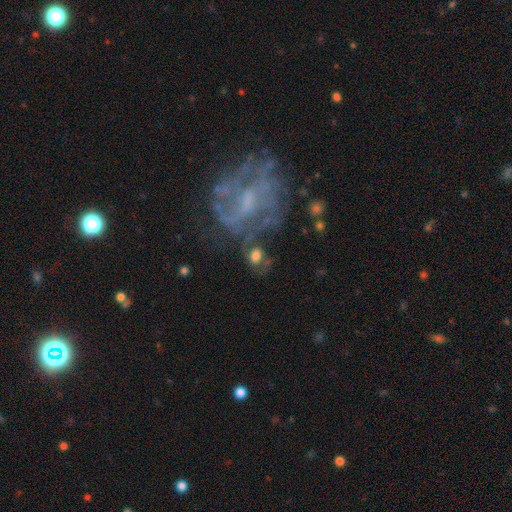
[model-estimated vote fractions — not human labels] smooth-or-featured: smooth: 44% | featured or disk: 43% | star or artifact: 13%
  merging: none: 54% | minor disturbance: 19% | major disturbance: 16% | merger: 11%